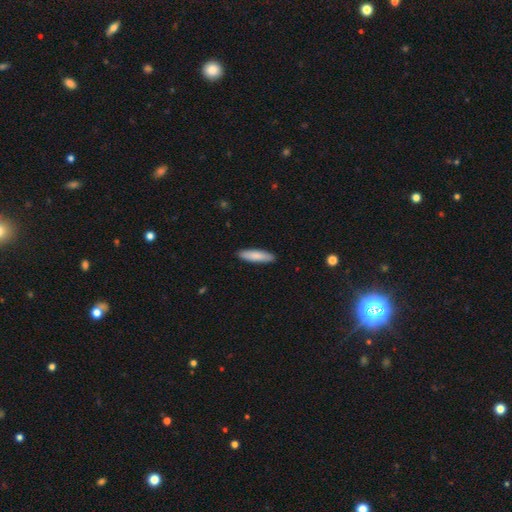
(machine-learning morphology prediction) Overall: smooth (85%). How rounded: cigar-shaped (64%; in between 35%). Merging: none (90%).